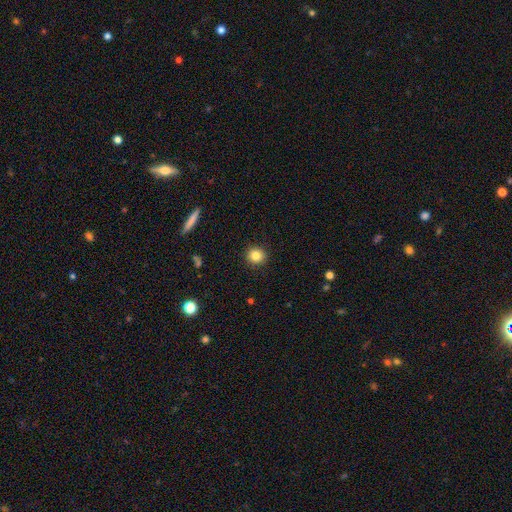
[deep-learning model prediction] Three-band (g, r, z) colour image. It shows a smooth galaxy with no disk features (84%) that is round (90%). Merging: none (91%).